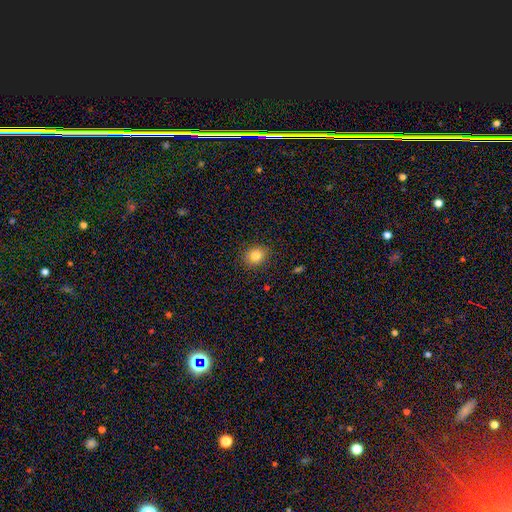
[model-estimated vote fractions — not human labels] smooth-or-featured: smooth: 83% | star or artifact: 11% | featured or disk: 6%
  how-rounded: round: 68% | in between: 31% | cigar-shaped: 1%
  merging: none: 89% | minor disturbance: 8% | major disturbance: 2% | merger: 1%